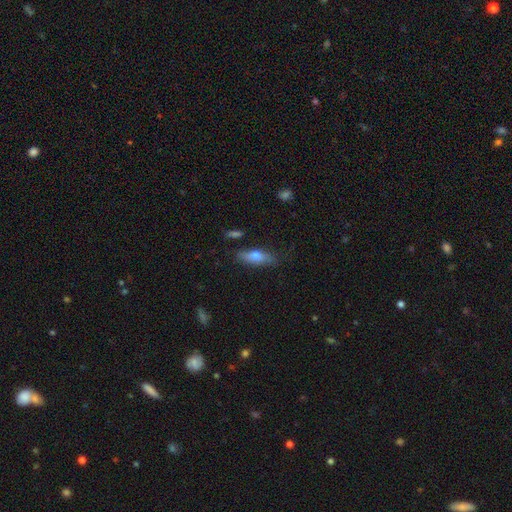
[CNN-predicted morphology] Smooth or featured?
  - smooth: 64% *
  - featured or disk: 29%
  - star or artifact: 7%
How rounded?
  - in between: 56% *
  - cigar-shaped: 41%
  - round: 3%
Merging?
  - none: 77% *
  - minor disturbance: 17%
  - major disturbance: 4%
  - merger: 3%